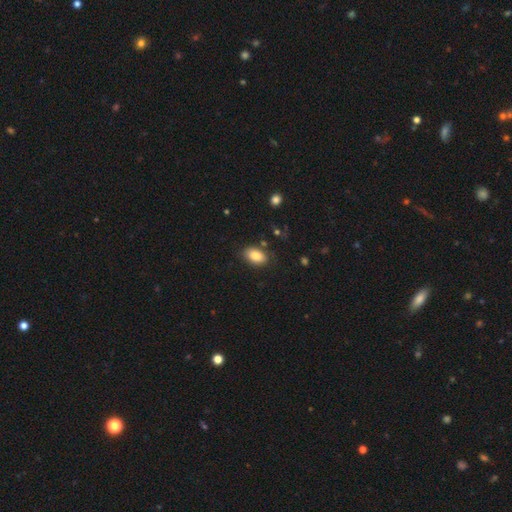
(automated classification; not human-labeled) smooth_or_featured: smooth (p=0.86) [alt: star or artifact p=0.08]
how_rounded: in between (p=0.91) [alt: round p=0.07]
merging: none (p=0.82) [alt: minor disturbance p=0.12]